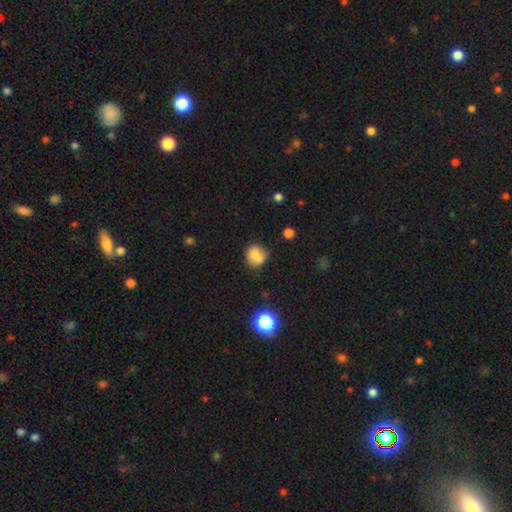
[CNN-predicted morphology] Smooth or featured: smooth — 80% (star or artifact — 11%)
How rounded: round — 84% (in between — 15%)
Merging: none — 66% (minor disturbance — 20%)